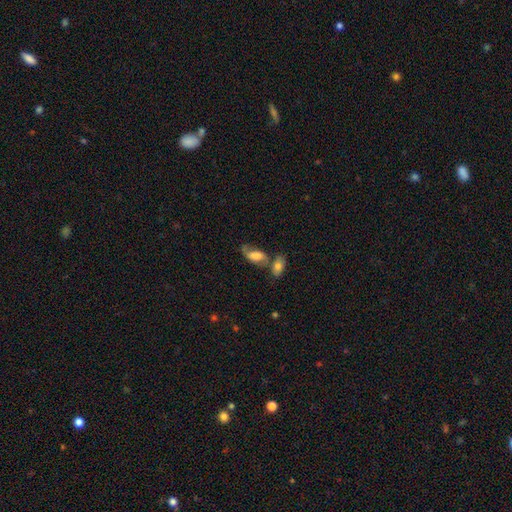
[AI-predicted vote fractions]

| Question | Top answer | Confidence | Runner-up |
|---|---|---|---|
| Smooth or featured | smooth | 57% | featured or disk (34%) |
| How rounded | in between | 87% | cigar-shaped (7%) |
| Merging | none | 34% | merger (30%) |